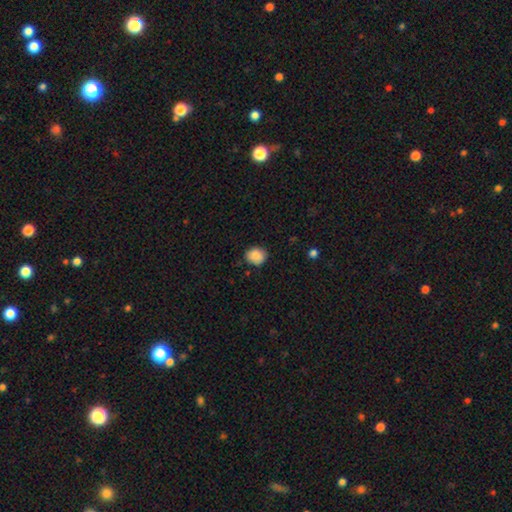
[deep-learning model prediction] A smooth galaxy with no disk features (87%) that is round (66%). Merging: none (76%).